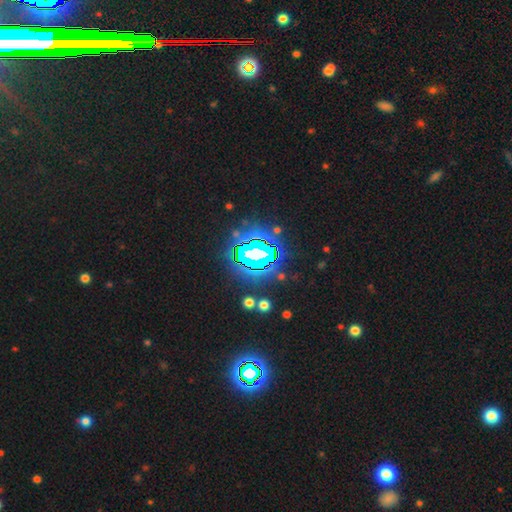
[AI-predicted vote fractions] Q: Smooth or featured?
A: star or artifact (75%); runner-up: smooth (13%)